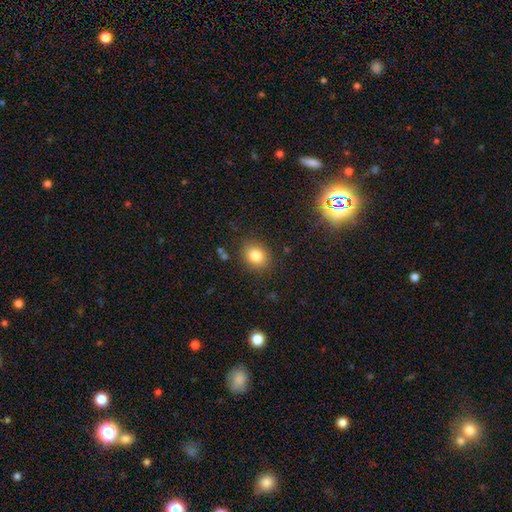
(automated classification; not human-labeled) smooth-or-featured: smooth: 82% | star or artifact: 10% | featured or disk: 7%
  how-rounded: round: 54% | in between: 45% | cigar-shaped: 1%
  merging: none: 85% | minor disturbance: 10% | major disturbance: 3% | merger: 2%